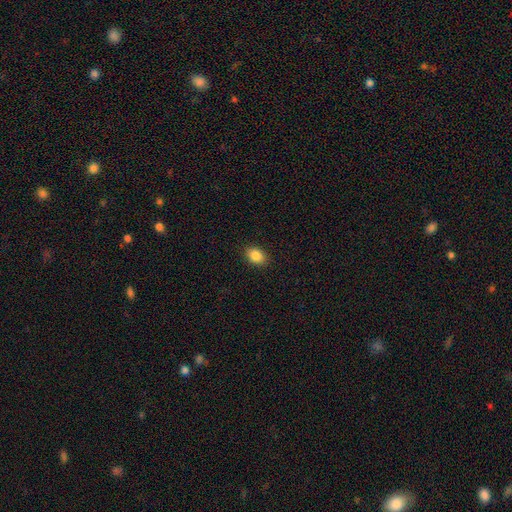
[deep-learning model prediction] The model was most divided on "how rounded": in between: 76%, round: 22%, cigar-shaped: 1%. More confident: merging — none (90%); smooth or featured — smooth (86%).